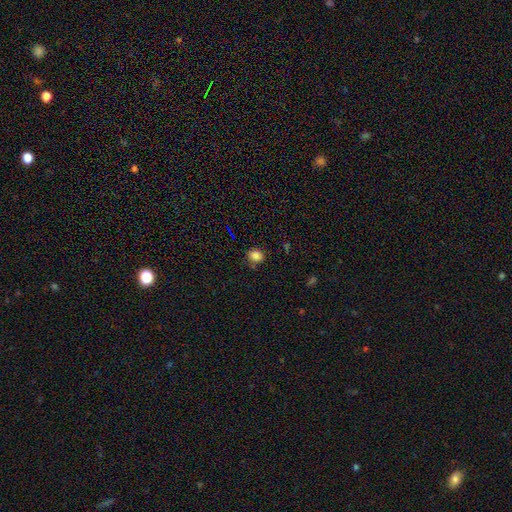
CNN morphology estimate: A smooth galaxy with no disk features (82%) that is round (63%). Merging: none (80%).